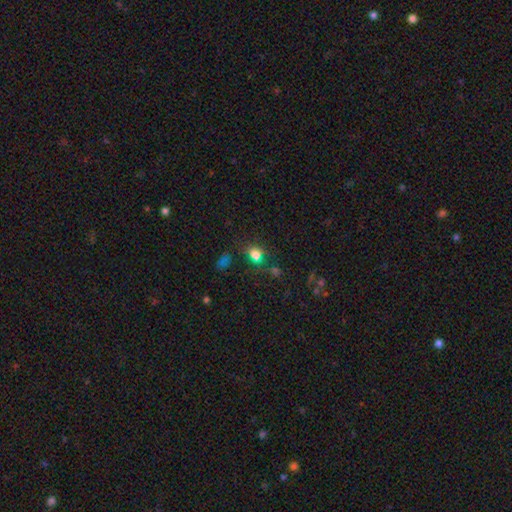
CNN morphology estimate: smooth-or-featured: smooth: 66% | star or artifact: 27% | featured or disk: 7%
  how-rounded: round: 57% | in between: 41% | cigar-shaped: 2%
  merging: none: 70% | minor disturbance: 15% | merger: 9% | major disturbance: 7%